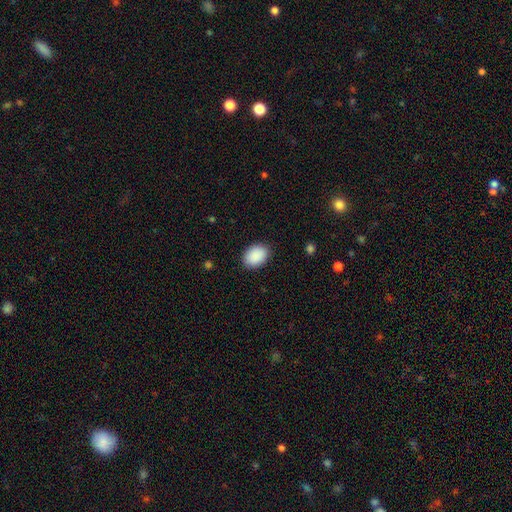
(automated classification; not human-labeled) This is clearly a smooth galaxy (91%). How rounded: likely in between (78%). Merging: clearly none (88%).